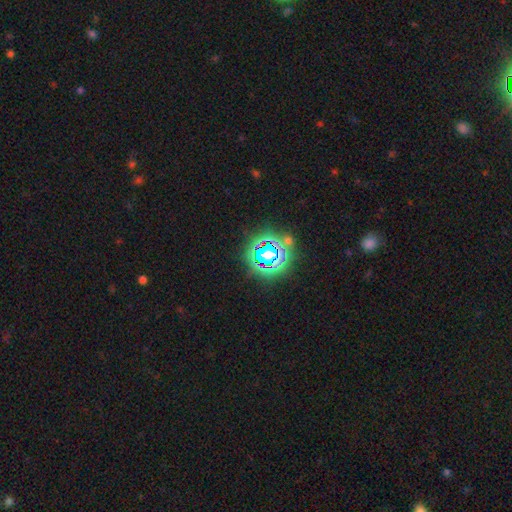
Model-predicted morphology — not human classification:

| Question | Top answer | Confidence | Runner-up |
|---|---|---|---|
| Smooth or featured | star or artifact | 75% | smooth (16%) |